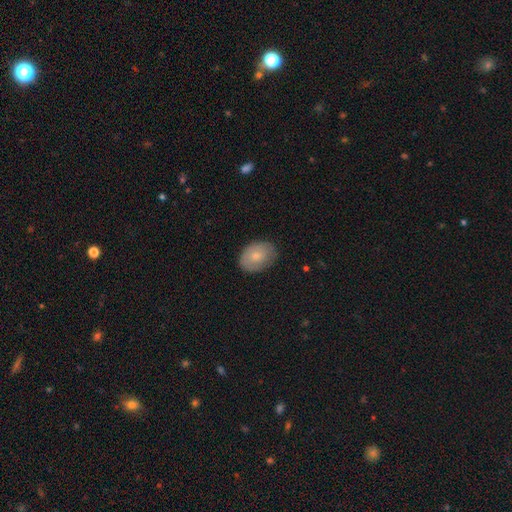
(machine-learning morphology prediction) Q: Smooth or featured?
A: smooth (72%); runner-up: featured or disk (20%)
Q: How rounded?
A: in between (72%); runner-up: round (27%)
Q: Merging?
A: none (79%); runner-up: minor disturbance (16%)